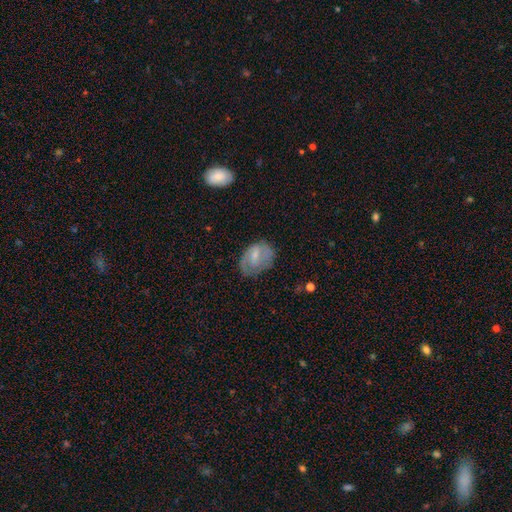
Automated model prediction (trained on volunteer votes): This is possibly a featured or disk galaxy (48%). Merging: possibly none (57%).